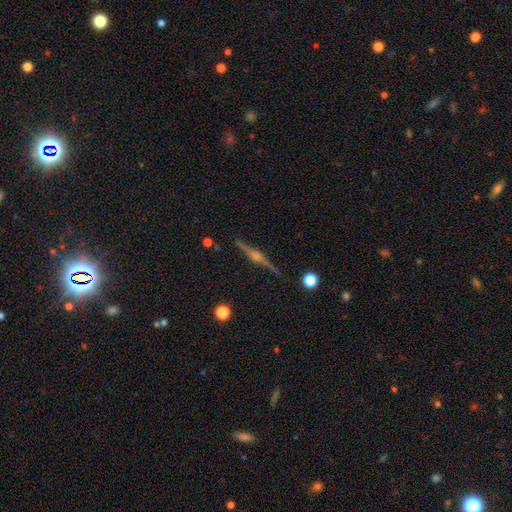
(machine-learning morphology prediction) Smooth or featured? Predicted: featured or disk (p=0.86). Edge-on disk? Predicted: yes (p=0.98). Edge-on bulge? Predicted: rounded (p=0.81). Merging? Predicted: none (p=0.89).